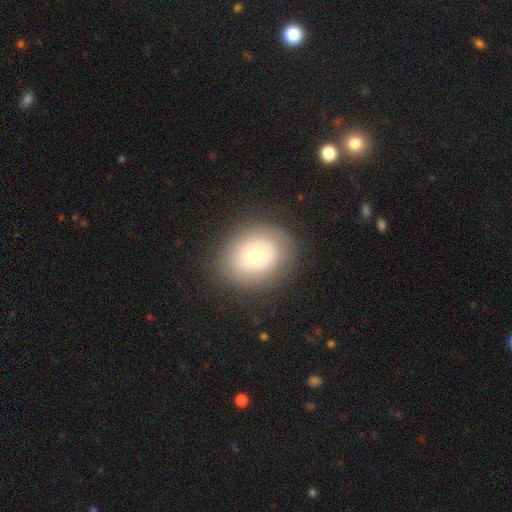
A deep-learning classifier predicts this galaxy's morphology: smooth_or_featured: smooth (p=0.60) [alt: featured or disk p=0.32]
how_rounded: round (p=0.59) [alt: in between p=0.40]
merging: none (p=0.82) [alt: minor disturbance p=0.12]